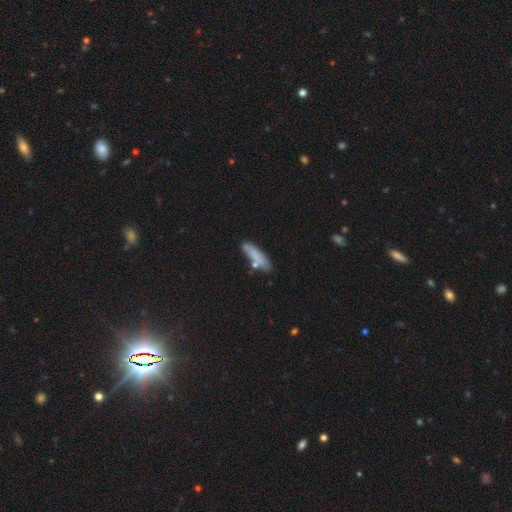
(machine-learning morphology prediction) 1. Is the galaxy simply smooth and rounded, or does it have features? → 76% smooth, 16% featured or disk, 8% star or artifact.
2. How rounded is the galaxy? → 67% cigar-shaped, 31% in between, 2% round.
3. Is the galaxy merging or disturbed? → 68% none, 19% minor disturbance, 9% merger, 5% major disturbance.